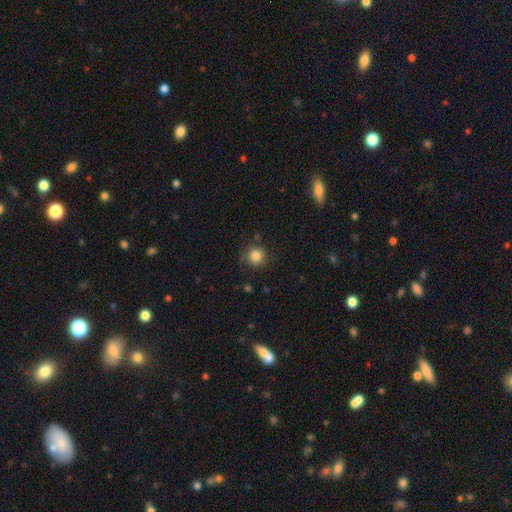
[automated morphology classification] smooth 84%, star or artifact 11%, featured or disk 5%. Down the decision tree: how rounded — round (92%); merging — none (82%).